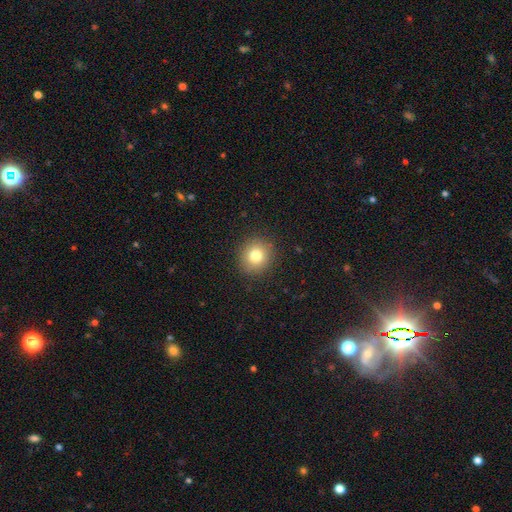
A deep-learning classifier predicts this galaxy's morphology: Smooth or featured?
  - smooth: 80% *
  - star or artifact: 11%
  - featured or disk: 8%
How rounded?
  - round: 87% *
  - in between: 12%
  - cigar-shaped: 1%
Merging?
  - none: 90% *
  - minor disturbance: 7%
  - major disturbance: 2%
  - merger: 1%